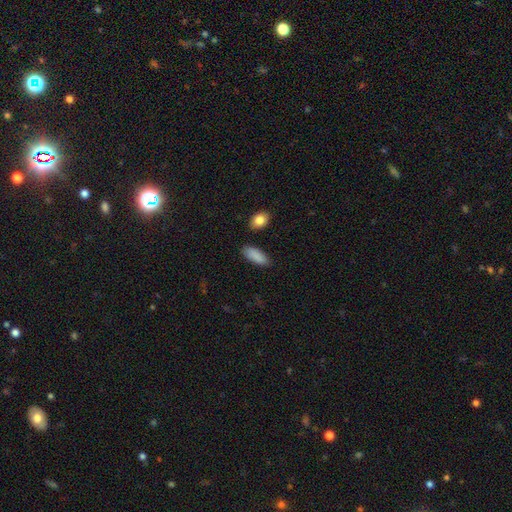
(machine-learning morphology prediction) smooth 89%, star or artifact 6%, featured or disk 5%. Down the decision tree: how rounded — in between (78%); merging — none (84%).